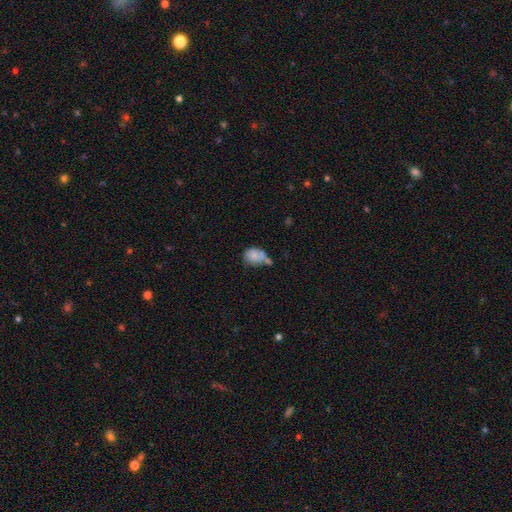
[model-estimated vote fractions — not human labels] Smooth or featured?
  - smooth: 76% *
  - featured or disk: 15%
  - star or artifact: 9%
How rounded?
  - round: 52% *
  - in between: 47%
  - cigar-shaped: 1%
Merging?
  - none: 33% *
  - merger: 31%
  - minor disturbance: 25%
  - major disturbance: 11%